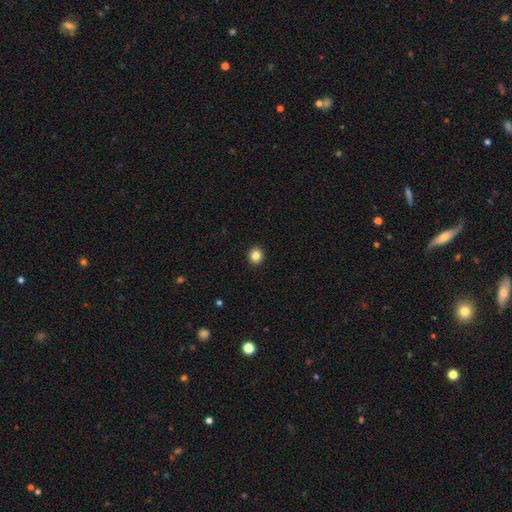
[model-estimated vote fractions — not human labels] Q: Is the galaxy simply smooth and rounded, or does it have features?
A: smooth — 85%.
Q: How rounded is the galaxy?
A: round — 88%.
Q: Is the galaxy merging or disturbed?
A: none — 93%.